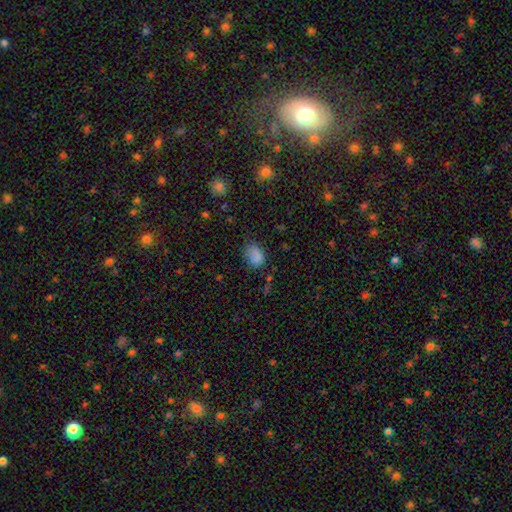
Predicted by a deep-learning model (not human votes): smooth-or-featured: smooth: 84% | star or artifact: 11% | featured or disk: 5%
  how-rounded: in between: 79% | round: 20% | cigar-shaped: 1%
  merging: none: 69% | minor disturbance: 23% | major disturbance: 6% | merger: 2%